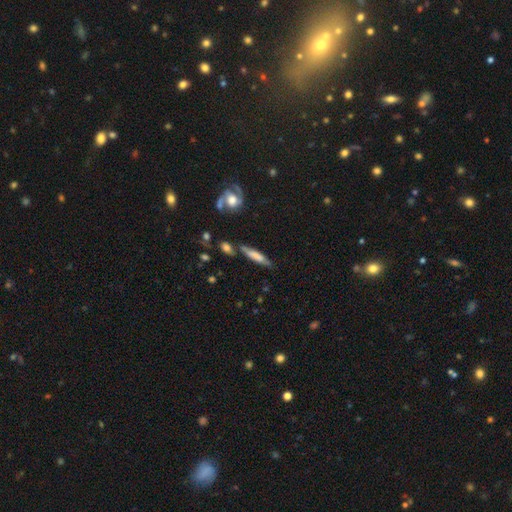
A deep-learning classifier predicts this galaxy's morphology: smooth 59%, featured or disk 33%, star or artifact 7%. Down the decision tree: how rounded — cigar-shaped (83%); merging — none (65%).